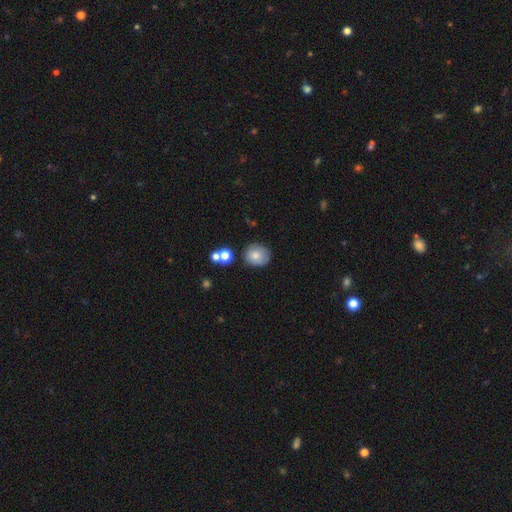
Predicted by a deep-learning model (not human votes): A smooth galaxy with no disk features (78%) that is round (77%).

Vote fractions:
- Smooth or featured? smooth: 78% / featured or disk: 12% / star or artifact: 10%
- How rounded? round: 77% / in between: 22% / cigar-shaped: 1%
- Merging? none: 75% / minor disturbance: 15% / merger: 7% / major disturbance: 4%